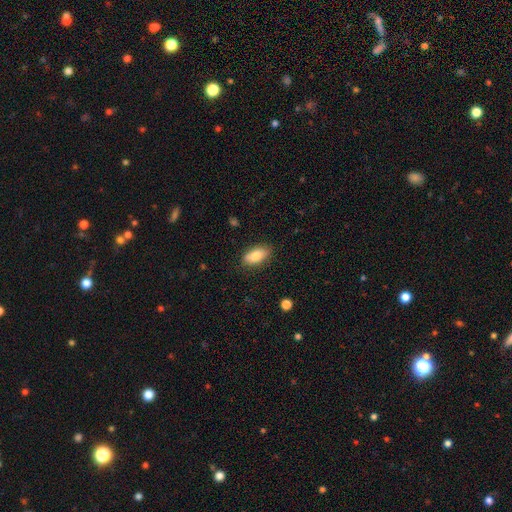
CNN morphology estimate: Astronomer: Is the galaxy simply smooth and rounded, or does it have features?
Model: smooth — 81%.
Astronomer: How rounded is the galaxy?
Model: in between — 90%.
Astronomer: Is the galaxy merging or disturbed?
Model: none — 84%.